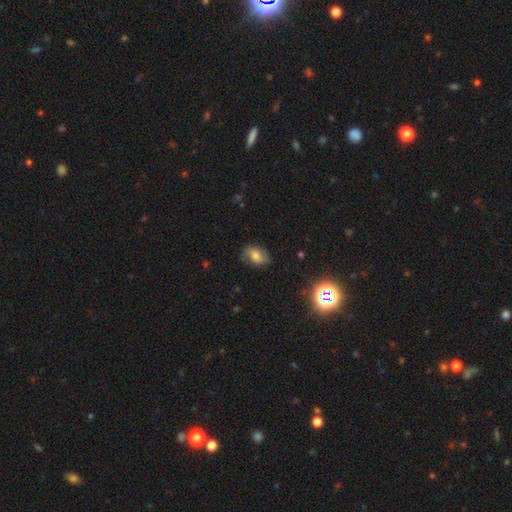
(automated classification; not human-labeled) A smooth galaxy with no disk features (66%) that is in between round and cigar-shaped (80%). Merging: none (76%).